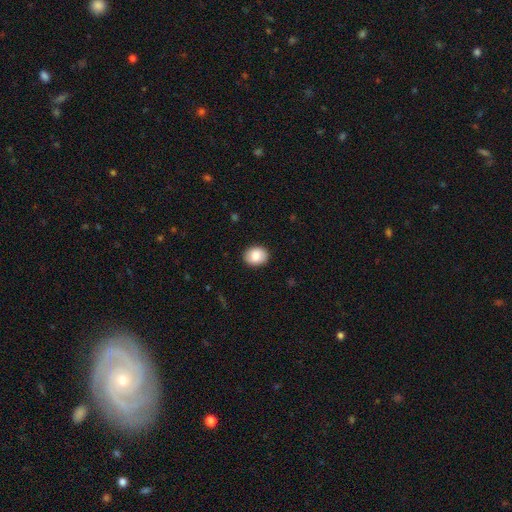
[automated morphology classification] Q: Smooth or featured?
A: smooth (85%); runner-up: featured or disk (8%)
Q: How rounded?
A: round (51%); runner-up: in between (48%)
Q: Merging?
A: none (89%); runner-up: minor disturbance (8%)